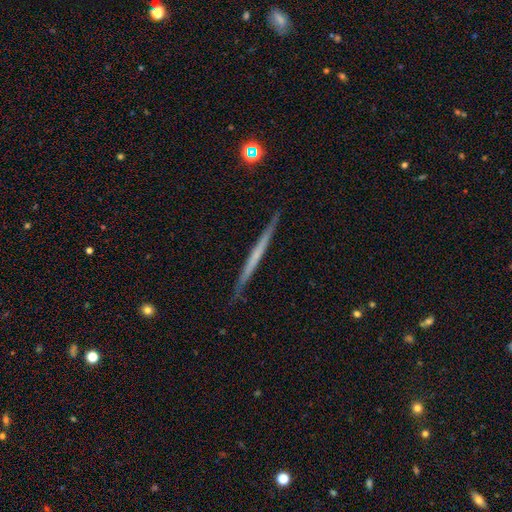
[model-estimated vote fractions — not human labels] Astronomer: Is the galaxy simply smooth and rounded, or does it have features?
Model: featured or disk — 57% (runner-up: smooth, 37%).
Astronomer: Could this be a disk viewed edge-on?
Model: yes — 97%.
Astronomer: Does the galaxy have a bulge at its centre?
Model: none — 89%.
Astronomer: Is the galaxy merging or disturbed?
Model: none — 89%.